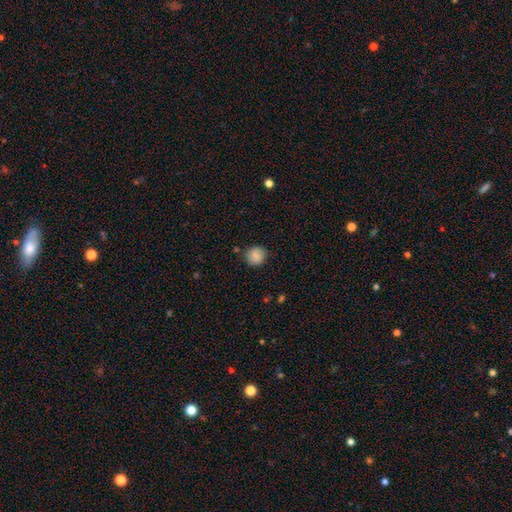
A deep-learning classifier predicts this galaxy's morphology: This appears to be a smooth galaxy with no disk features (88%) that is round (88%). Merging: none (86%).